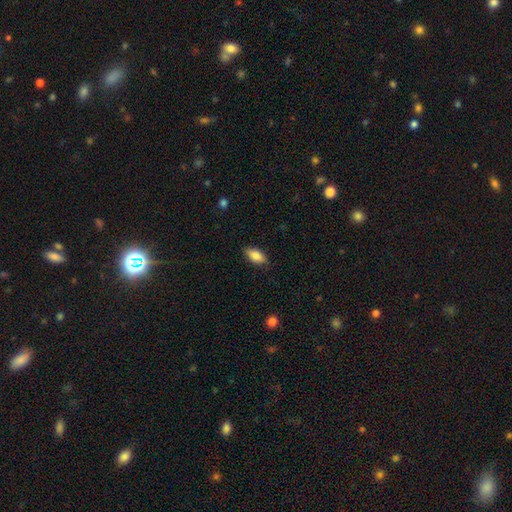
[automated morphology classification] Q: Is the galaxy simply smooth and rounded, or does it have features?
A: smooth — 84%.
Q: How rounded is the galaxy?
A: in between — 86%.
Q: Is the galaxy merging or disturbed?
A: none — 85%.